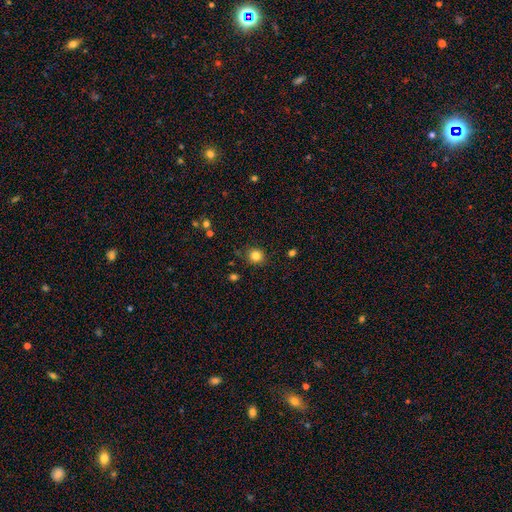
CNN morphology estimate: A smooth galaxy with no disk features (83%) that is round (88%).

Vote fractions:
- Smooth or featured? smooth: 83% / star or artifact: 12% / featured or disk: 5%
- How rounded? round: 88% / in between: 11% / cigar-shaped: 1%
- Merging? none: 86% / minor disturbance: 9% / major disturbance: 3% / merger: 2%